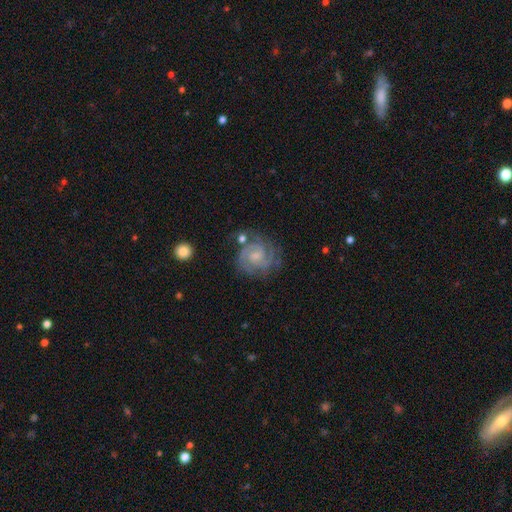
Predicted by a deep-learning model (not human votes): Smooth or featured?
  - featured or disk: 87% *
  - smooth: 7%
  - star or artifact: 6%
Edge-on disk?
  - no: 98% *
  - yes: 2%
Bar?
  - no: 53% *
  - weak: 39%
  - strong: 7%
Spiral arms?
  - yes: 98% *
  - no: 2%
Spiral winding?
  - tight: 63% *
  - medium: 32%
  - loose: 5%
Spiral arm count?
  - 2: 57% *
  - 3: 23%
  - can't tell: 9%
  - 4: 5%
  - 1: 3%
  - more than 4: 3%
Bulge size?
  - small: 61% *
  - moderate: 24%
  - none: 12%
  - large: 2%
  - dominant: 1%
Merging?
  - none: 71% *
  - minor disturbance: 17%
  - major disturbance: 7%
  - merger: 5%